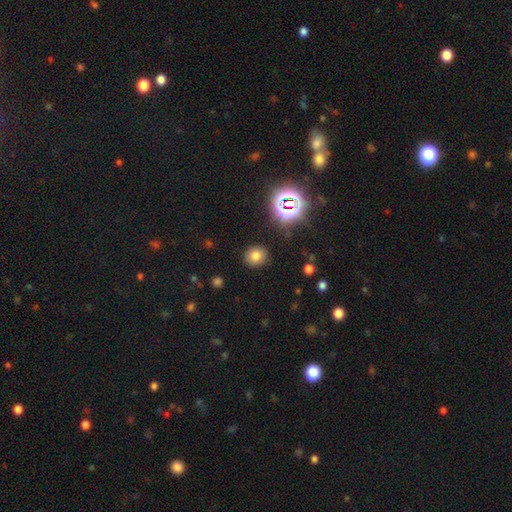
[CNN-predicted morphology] type=smooth (73%); roundness=round (81%); merging=none (88%).